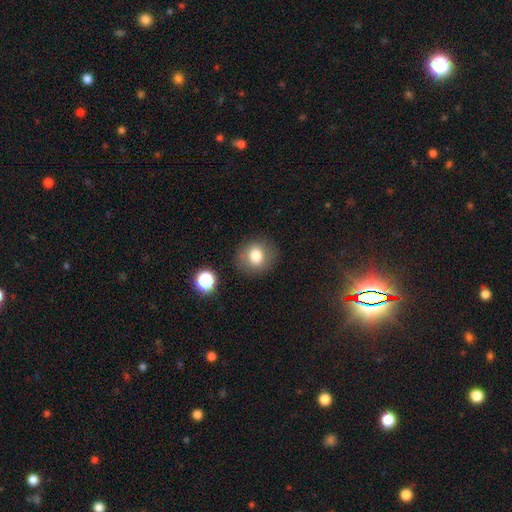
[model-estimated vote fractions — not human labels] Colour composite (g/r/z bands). It shows a smooth galaxy with no disk features (78%) that is round (79%). Merging: none (83%).